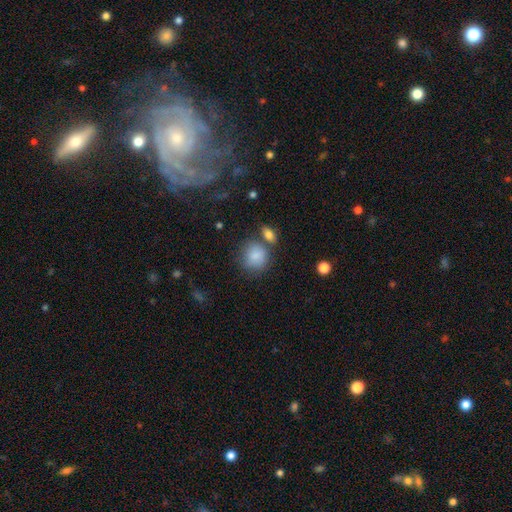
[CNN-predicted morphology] The model was most divided on "merging": none: 61%, minor disturbance: 18%, merger: 15%, major disturbance: 6%. More confident: smooth or featured — smooth (85%); how rounded — round (78%).